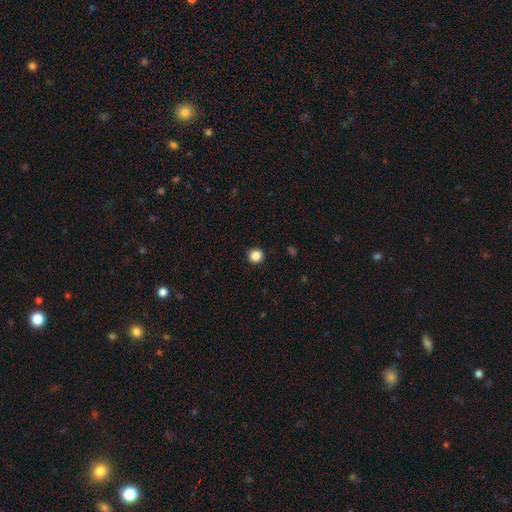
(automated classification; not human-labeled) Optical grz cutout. It shows a smooth galaxy with no disk features (86%) that is round (94%). Merging: none (93%).